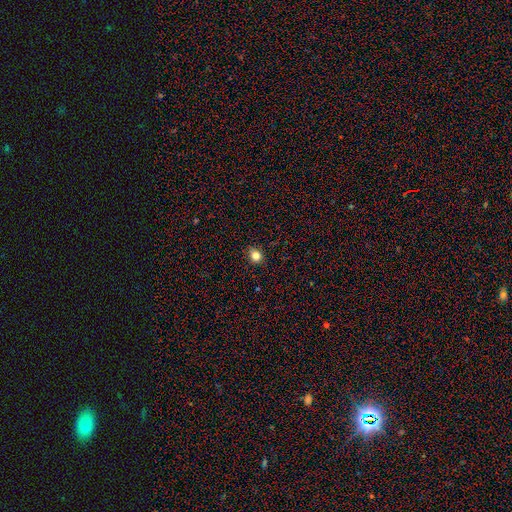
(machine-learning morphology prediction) A smooth galaxy with no disk features (81%) that is round (74%).

Vote fractions:
- Smooth or featured? smooth: 81% / star or artifact: 13% / featured or disk: 6%
- How rounded? round: 74% / in between: 25% / cigar-shaped: 1%
- Merging? none: 89% / minor disturbance: 8% / major disturbance: 2% / merger: 1%